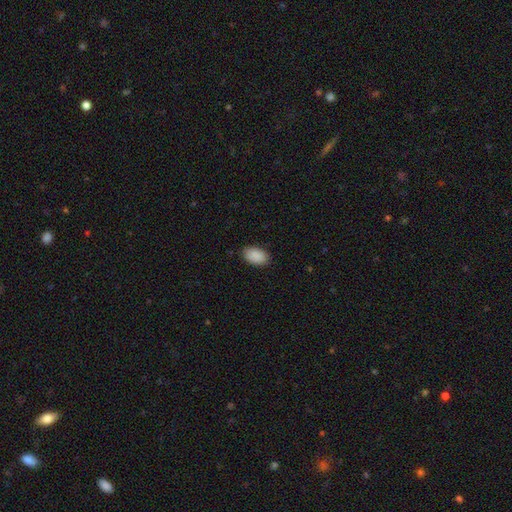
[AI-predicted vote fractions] Smooth or featured?
  - smooth: 91% *
  - star or artifact: 6%
  - featured or disk: 3%
How rounded?
  - in between: 93% *
  - round: 6%
  - cigar-shaped: 1%
Merging?
  - none: 87% *
  - minor disturbance: 10%
  - major disturbance: 2%
  - merger: 1%